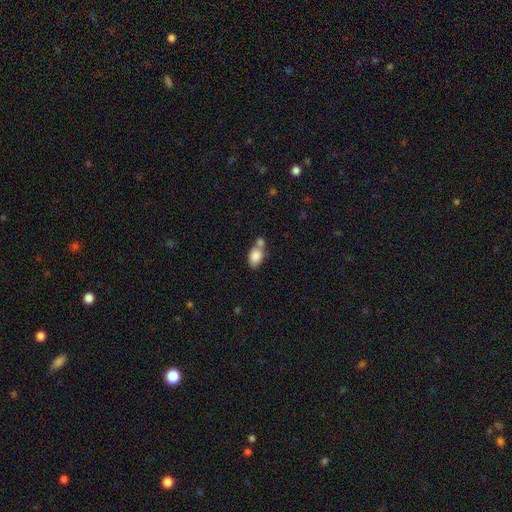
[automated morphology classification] The model was most divided on "merging": merger: 49%, none: 35%, minor disturbance: 12%, major disturbance: 4%. More confident: smooth or featured — smooth (84%); how rounded — in between (84%).